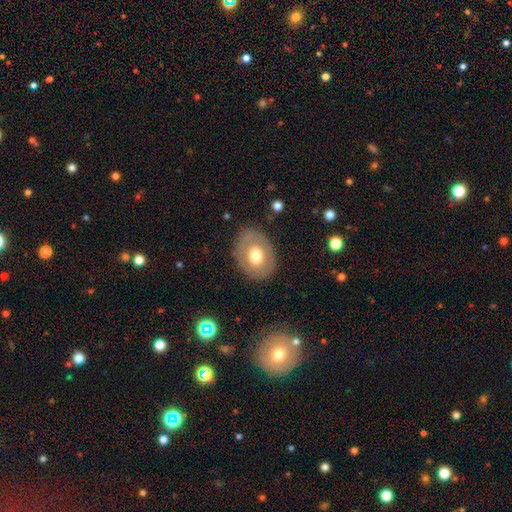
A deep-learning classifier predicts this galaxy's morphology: smooth 63%, featured or disk 30%, star or artifact 7%. Down the decision tree: how rounded — in between (66%); merging — none (83%).